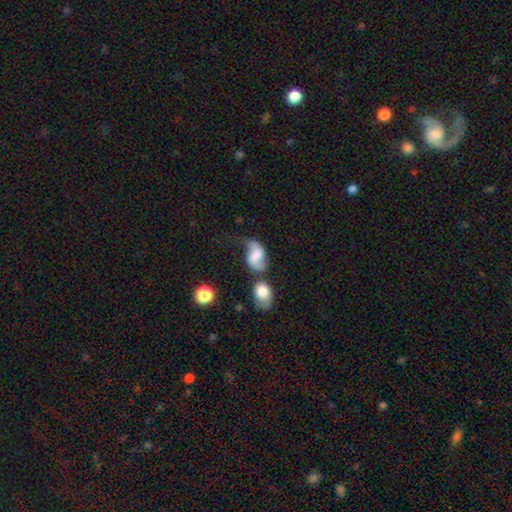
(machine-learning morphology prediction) Smooth or featured: featured or disk — 55% (smooth — 36%)
Edge-on disk: no — 96% (yes — 4%)
Bar: weak — 42% (no — 34%)
Spiral arms: yes — 83% (no — 17%)
Bulge size: none — 32% (large — 23%)
Merging: none — 34% (merger — 25%)